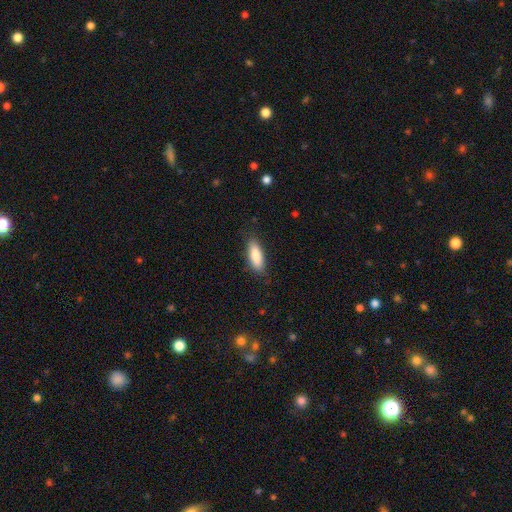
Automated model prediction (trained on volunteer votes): Smooth or featured? Predicted: smooth (p=0.85). How rounded? Predicted: in between (p=0.64). Merging? Predicted: none (p=0.84).